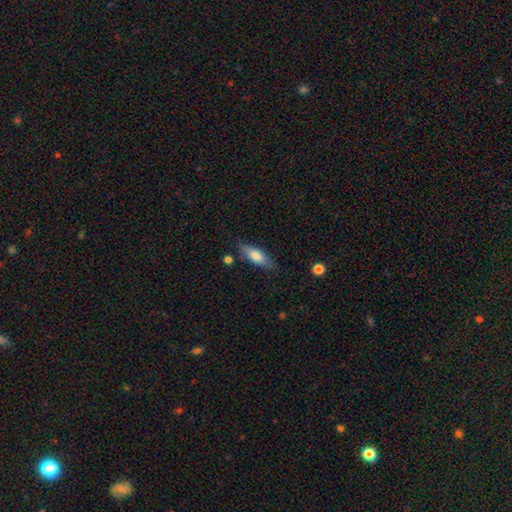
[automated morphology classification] This appears to be a smooth galaxy with no disk features (63%) that is in between round and cigar-shaped (57%). Merging: none (79%).